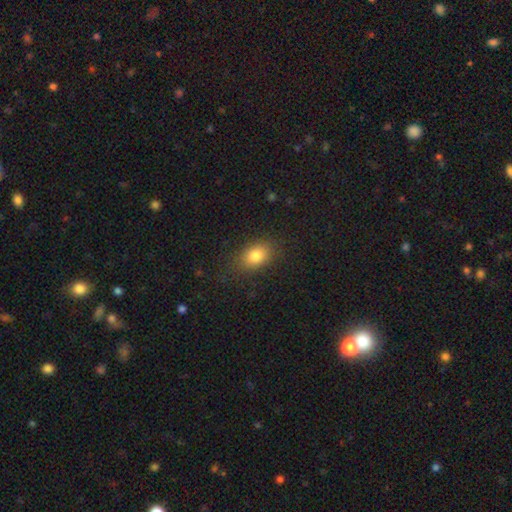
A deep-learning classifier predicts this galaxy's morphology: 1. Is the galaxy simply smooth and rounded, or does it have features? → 82% smooth, 10% star or artifact, 8% featured or disk.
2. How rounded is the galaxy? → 78% in between, 21% round, 2% cigar-shaped.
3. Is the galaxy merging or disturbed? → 81% none, 13% minor disturbance, 5% major disturbance, 1% merger.